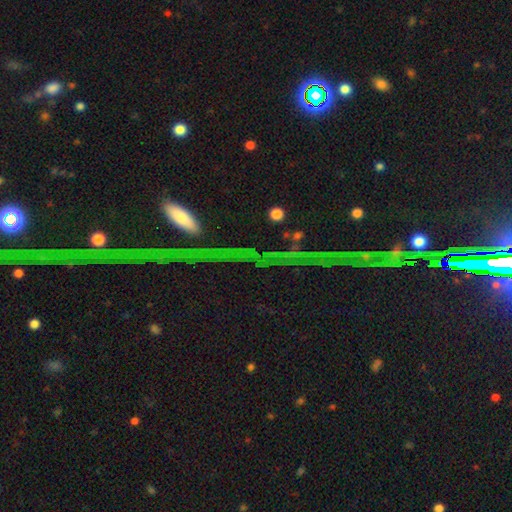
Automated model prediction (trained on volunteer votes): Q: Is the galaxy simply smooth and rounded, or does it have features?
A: star or artifact — 71%.